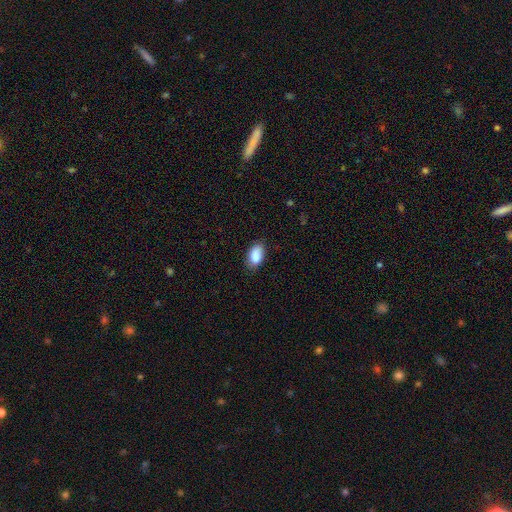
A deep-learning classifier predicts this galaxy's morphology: Smooth or featured: smooth — 88% (star or artifact — 7%)
How rounded: in between — 93% (round — 6%)
Merging: none — 72% (minor disturbance — 22%)